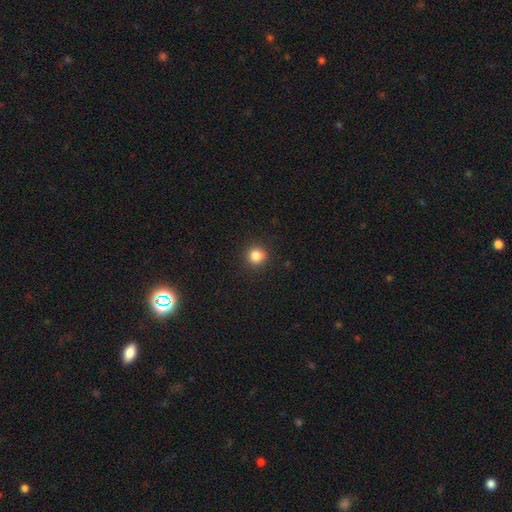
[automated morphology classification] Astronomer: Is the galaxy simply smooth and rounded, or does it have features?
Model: smooth — 84%.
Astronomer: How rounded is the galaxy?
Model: round — 92%.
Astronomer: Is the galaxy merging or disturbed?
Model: none — 91%.